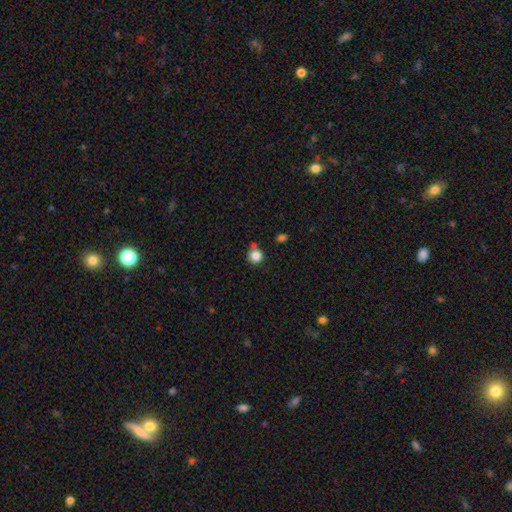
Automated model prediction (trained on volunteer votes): Smooth or featured? Predicted: smooth (p=0.84). How rounded? Predicted: round (p=0.92). Merging? Predicted: none (p=0.75).